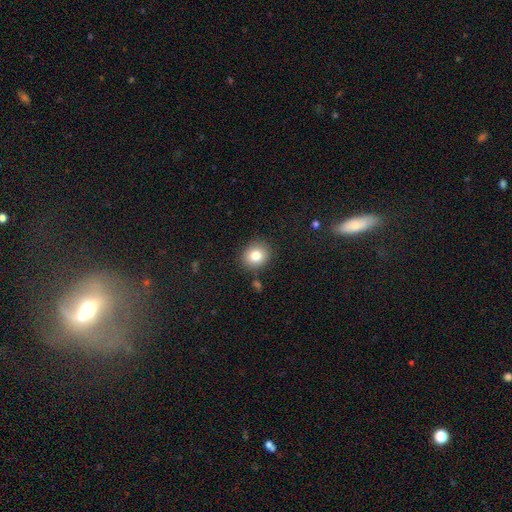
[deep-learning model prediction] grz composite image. It shows a smooth galaxy with no disk features (82%) that is round (71%). Merging: none (85%).